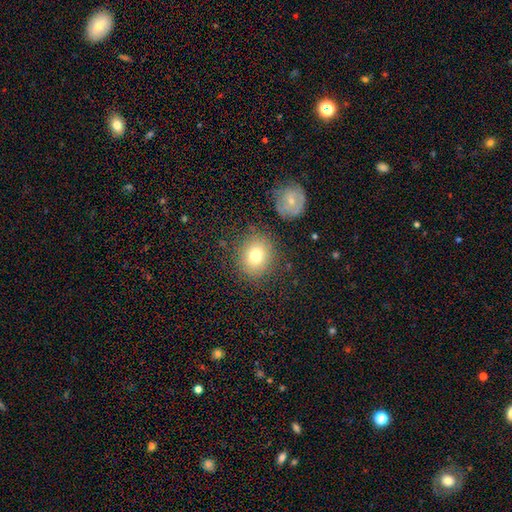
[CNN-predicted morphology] type=smooth (76%); roundness=round (76%); merging=none (83%).